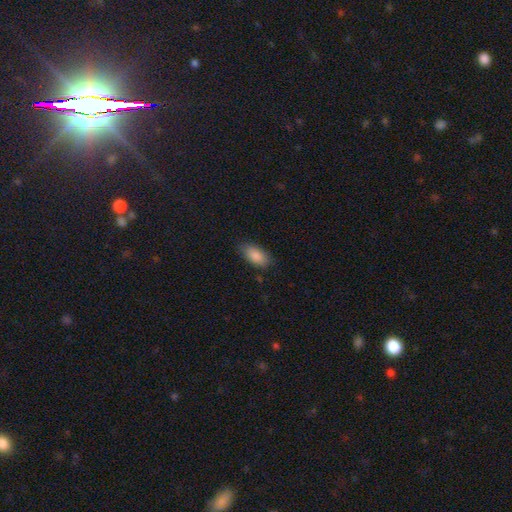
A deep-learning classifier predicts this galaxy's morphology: Q: Smooth or featured?
A: smooth (88%); runner-up: star or artifact (7%)
Q: How rounded?
A: in between (91%); runner-up: cigar-shaped (6%)
Q: Merging?
A: none (82%); runner-up: minor disturbance (14%)